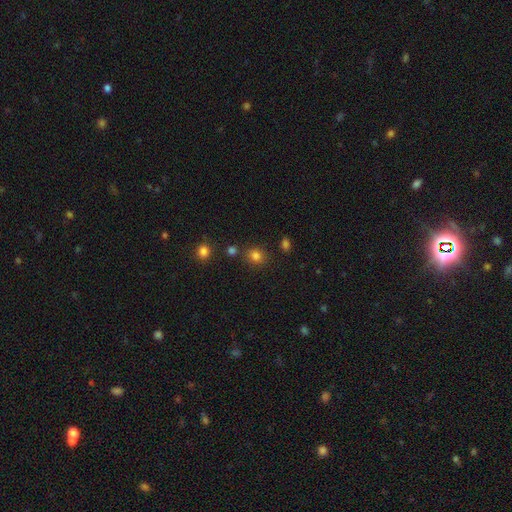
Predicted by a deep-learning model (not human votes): Smooth or featured? smooth (80%)
How rounded? round (72%)
Merging? none (79%)